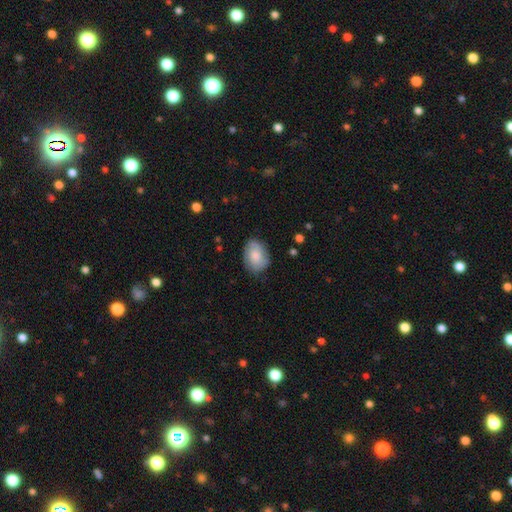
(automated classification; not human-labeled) Smooth or featured?
  - smooth: 74% *
  - featured or disk: 19%
  - star or artifact: 6%
How rounded?
  - in between: 79% *
  - round: 20%
  - cigar-shaped: 1%
Merging?
  - none: 74% *
  - minor disturbance: 20%
  - major disturbance: 5%
  - merger: 1%